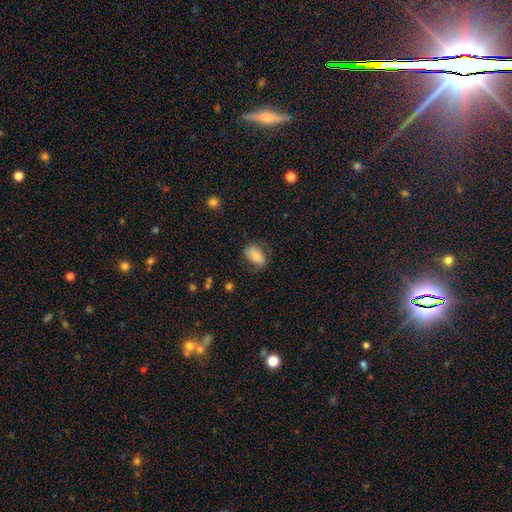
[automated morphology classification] Smooth or featured? smooth (78%)
How rounded? in between (90%)
Merging? none (68%)